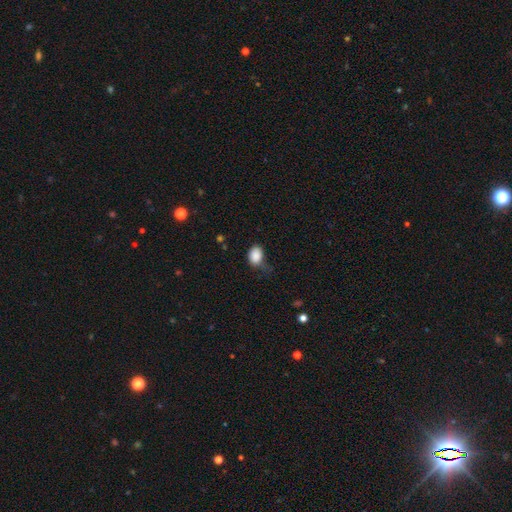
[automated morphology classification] smooth-or-featured: smooth: 87% | star or artifact: 8% | featured or disk: 4%
  how-rounded: in between: 75% | round: 24% | cigar-shaped: 1%
  merging: none: 46% | minor disturbance: 36% | major disturbance: 16% | merger: 3%